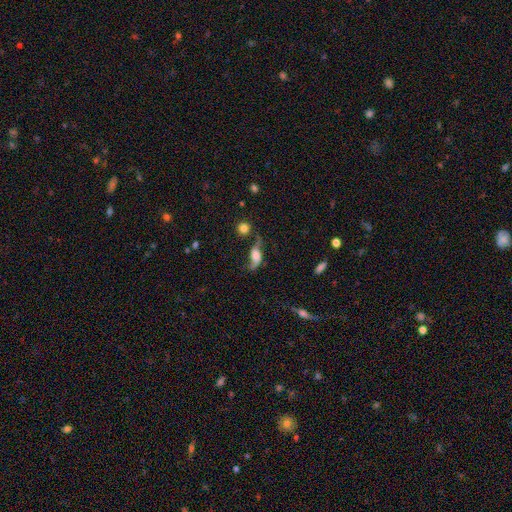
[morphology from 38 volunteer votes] A featured or disk galaxy (58%) with no bar (55%), 2 (94%) loose (94%) spiral arms (85%) and no central bulge (50%).

Vote fractions:
- Smooth or featured? featured or disk: 58% / smooth: 37% / star or artifact: 5%
- Edge-on disk? no: 91% / yes: 9%
- Bar? no: 55% / weak: 40% / strong: 5%
- Spiral arms? yes: 85% / no: 15%
- Spiral winding? loose: 94% / tight: 6% / medium: 0%
- Spiral arm count? 2: 94% / can't tell: 6% / 1: 0% / 3: 0% / 4: 0% / more than 4: 0%
- Bulge size? none: 50% / large: 20% / dominant: 15% / moderate: 10% / small: 5%
- Merging? none: 69% / major disturbance: 22% / minor disturbance: 8% / merger: 0%